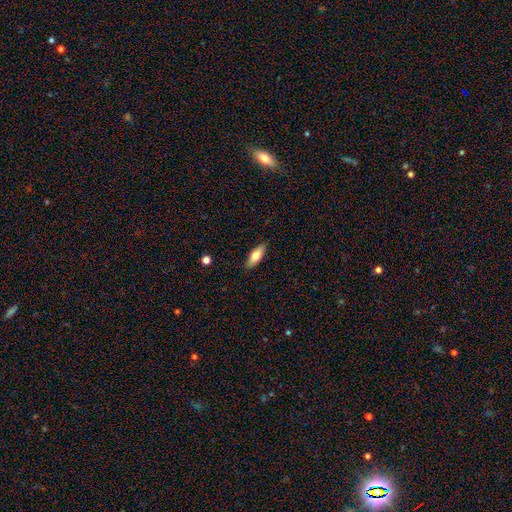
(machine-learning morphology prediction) Smooth or featured? Predicted: smooth (p=0.75). How rounded? Predicted: in between (p=0.71). Merging? Predicted: none (p=0.88).